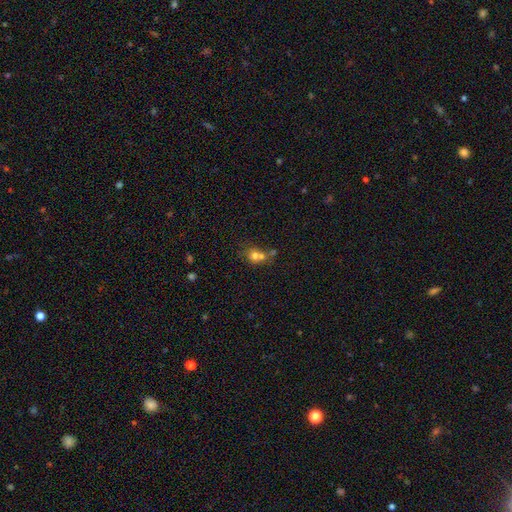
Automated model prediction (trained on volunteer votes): Overall: smooth (70%). How rounded: round (75%). Merging: merger (55%; none 32%).